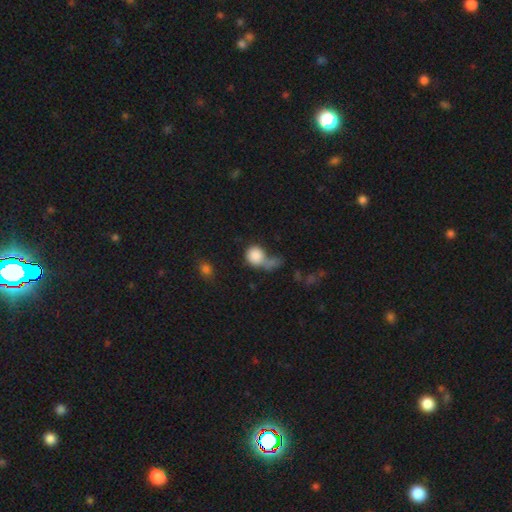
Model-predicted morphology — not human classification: This is clearly a smooth galaxy (84%). How rounded: clearly round (81%). Merging: marginally merger (32%).